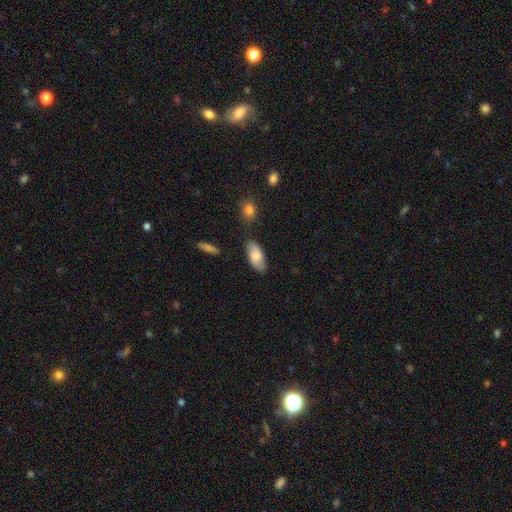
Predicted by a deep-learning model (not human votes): Smooth or featured: smooth — 72% (featured or disk — 22%)
How rounded: in between — 91% (cigar-shaped — 7%)
Merging: none — 75% (minor disturbance — 17%)